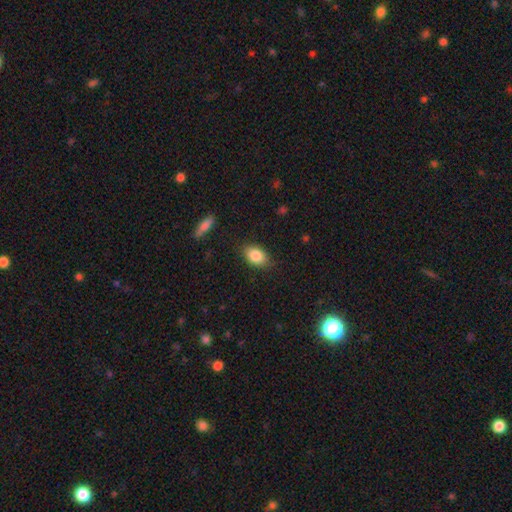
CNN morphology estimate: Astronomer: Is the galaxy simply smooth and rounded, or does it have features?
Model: smooth — 85%.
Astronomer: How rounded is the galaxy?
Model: in between — 86%.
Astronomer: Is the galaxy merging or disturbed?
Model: none — 83%.